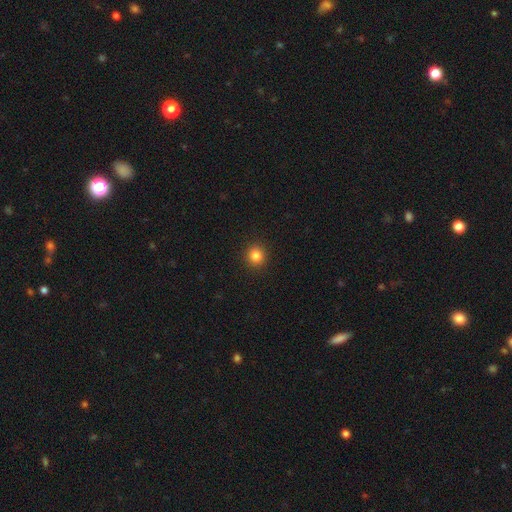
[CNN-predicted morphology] Overall: smooth (84%). How rounded: round (91%). Merging: none (92%).